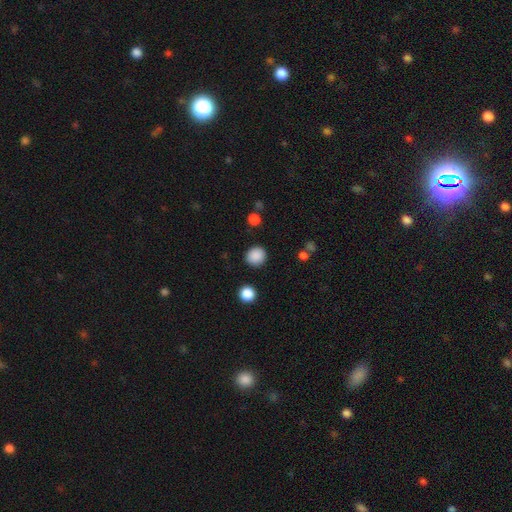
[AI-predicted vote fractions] smooth 87%, star or artifact 10%, featured or disk 3%. Down the decision tree: how rounded — round (84%); merging — none (88%).